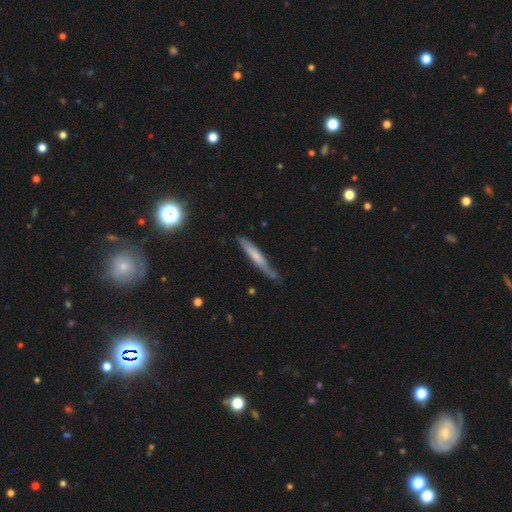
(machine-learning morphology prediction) A smooth galaxy with no disk features (54%) that is cigar-shaped (93%).

Vote fractions:
- Smooth or featured? smooth: 54% / featured or disk: 39% / star or artifact: 6%
- How rounded? cigar-shaped: 93% / in between: 5% / round: 1%
- Merging? none: 66% / minor disturbance: 26% / major disturbance: 6% / merger: 3%